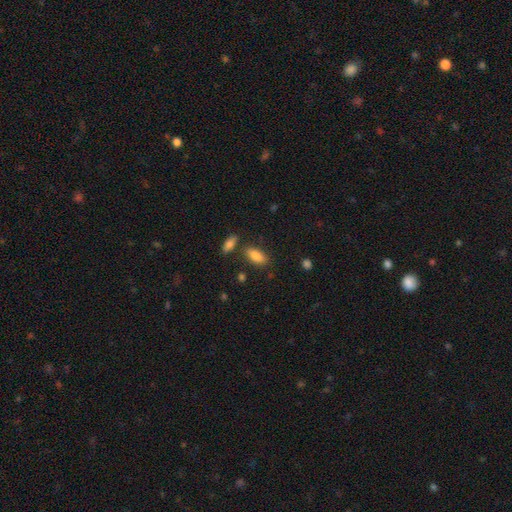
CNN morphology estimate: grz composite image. It shows a smooth galaxy with no disk features (86%) that is in between round and cigar-shaped (85%). Merging: none (75%).